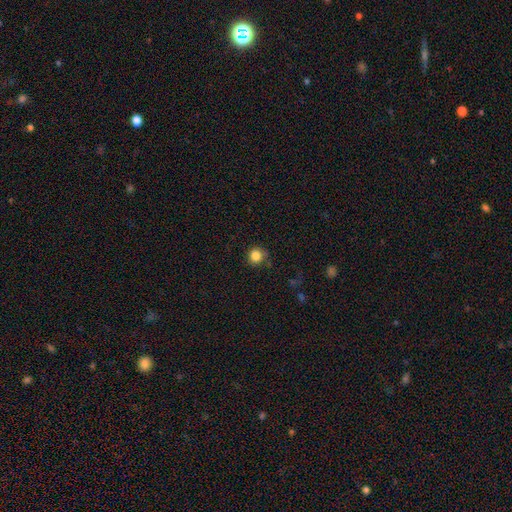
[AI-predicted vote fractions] Q: Smooth or featured?
A: smooth (84%); runner-up: star or artifact (11%)
Q: How rounded?
A: round (89%); runner-up: in between (10%)
Q: Merging?
A: none (80%); runner-up: minor disturbance (14%)